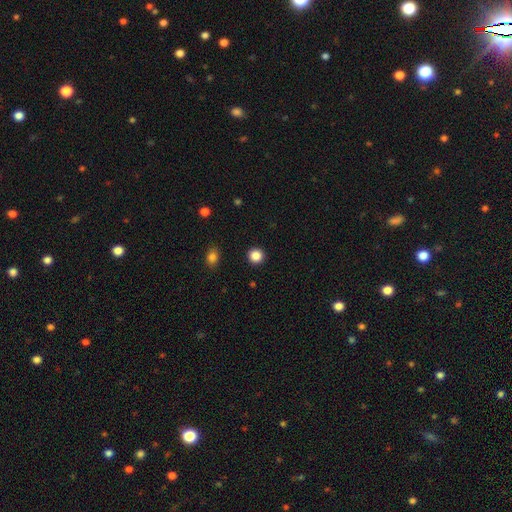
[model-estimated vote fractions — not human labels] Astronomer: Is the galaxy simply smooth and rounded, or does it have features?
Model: smooth — 86%.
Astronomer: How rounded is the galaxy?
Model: round — 94%.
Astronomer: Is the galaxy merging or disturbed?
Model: none — 93%.